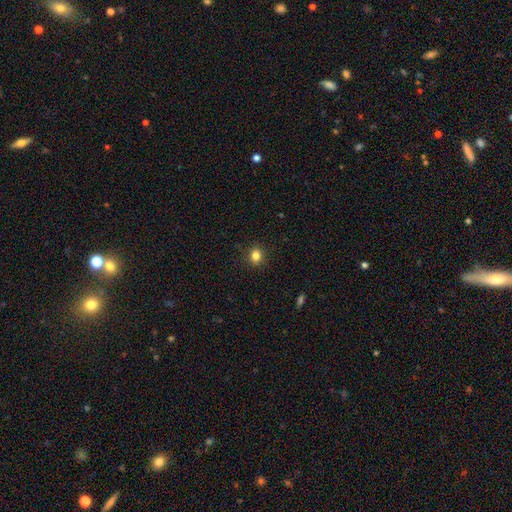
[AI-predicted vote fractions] Smooth or featured: smooth — 83% (star or artifact — 12%)
How rounded: round — 65% (in between — 33%)
Merging: none — 90% (minor disturbance — 7%)